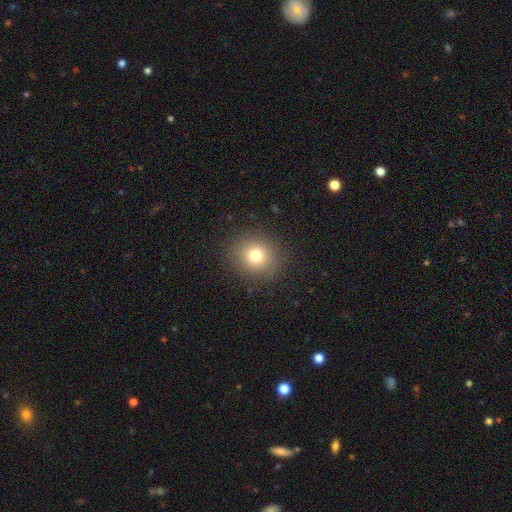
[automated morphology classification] The model was most divided on "smooth or featured": smooth: 76%, star or artifact: 14%, featured or disk: 10%. More confident: merging — none (89%); how rounded — round (85%).